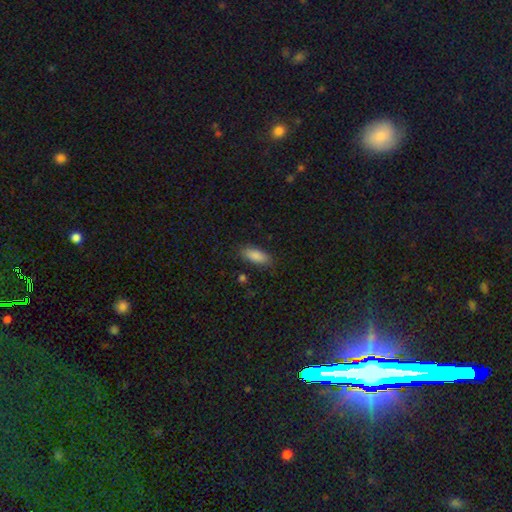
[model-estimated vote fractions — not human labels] Q: Smooth or featured?
A: smooth (88%); runner-up: star or artifact (7%)
Q: How rounded?
A: in between (78%); runner-up: cigar-shaped (20%)
Q: Merging?
A: none (84%); runner-up: minor disturbance (12%)